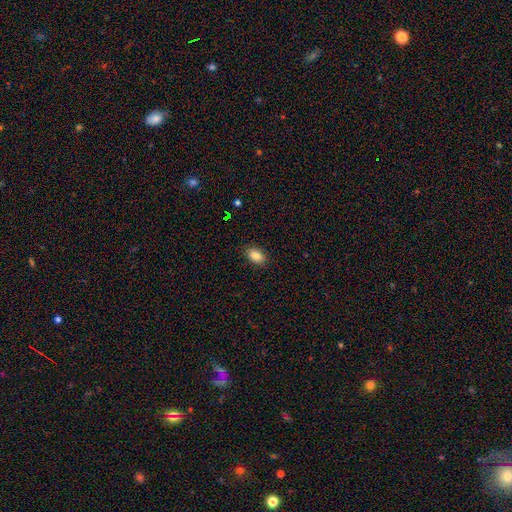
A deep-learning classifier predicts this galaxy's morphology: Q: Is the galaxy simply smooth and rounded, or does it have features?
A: smooth — 85%.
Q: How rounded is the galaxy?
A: in between — 87%.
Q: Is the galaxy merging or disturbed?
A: none — 87%.